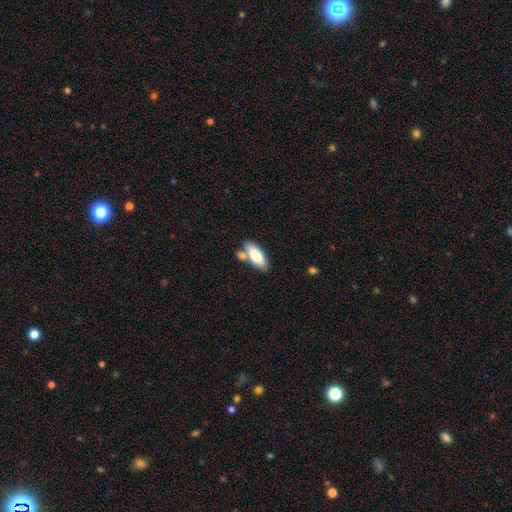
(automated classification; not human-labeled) smooth 80%, featured or disk 14%, star or artifact 6%. Down the decision tree: how rounded — in between (84%); merging — none (60%).